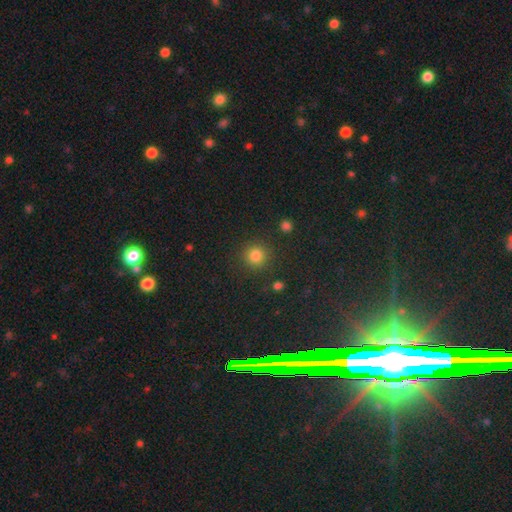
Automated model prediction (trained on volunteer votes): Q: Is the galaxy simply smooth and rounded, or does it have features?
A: smooth — 82%.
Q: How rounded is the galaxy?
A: round — 93%.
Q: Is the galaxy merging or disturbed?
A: none — 88%.